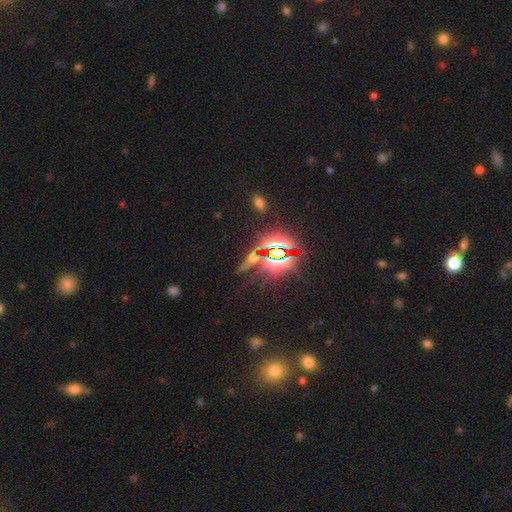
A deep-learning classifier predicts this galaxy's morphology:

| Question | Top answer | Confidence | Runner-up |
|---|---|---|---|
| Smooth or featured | star or artifact | 76% | smooth (13%) |